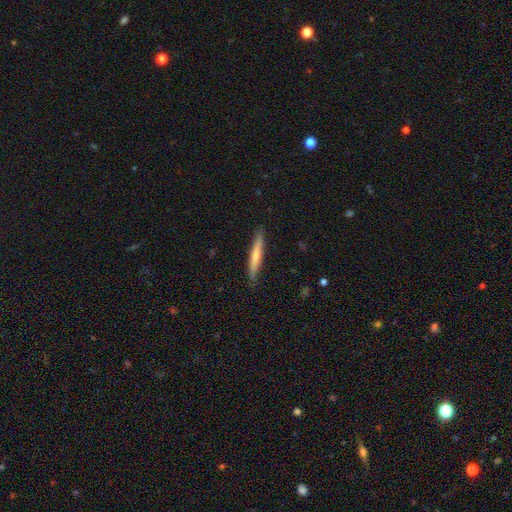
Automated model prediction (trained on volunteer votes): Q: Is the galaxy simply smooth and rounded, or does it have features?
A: smooth — 58%.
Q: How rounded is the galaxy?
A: cigar-shaped — 95%.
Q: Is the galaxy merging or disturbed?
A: none — 87%.